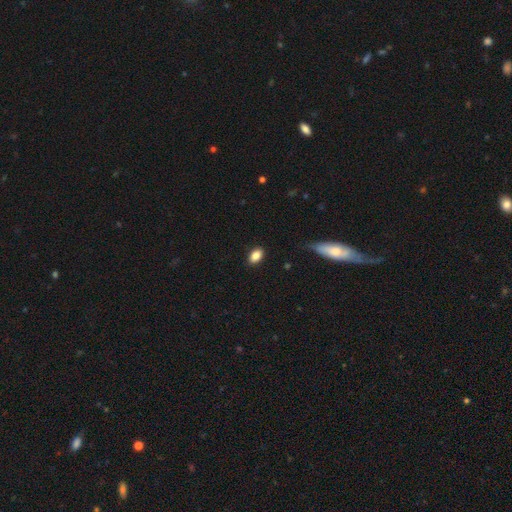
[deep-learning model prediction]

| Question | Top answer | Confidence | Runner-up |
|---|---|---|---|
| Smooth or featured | smooth | 86% | star or artifact (8%) |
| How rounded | in between | 87% | round (11%) |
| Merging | none | 87% | minor disturbance (9%) |